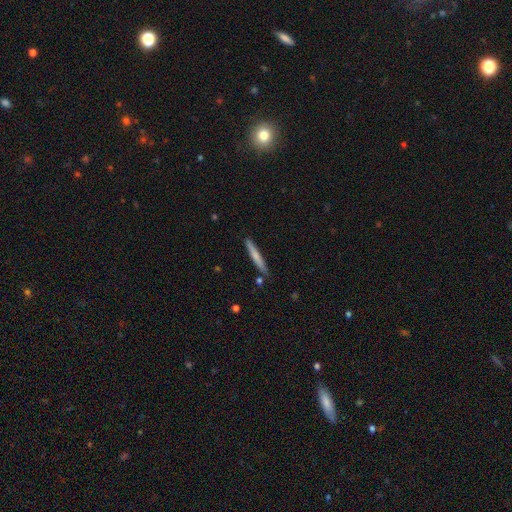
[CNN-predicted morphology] smooth_or_featured: smooth (p=0.68) [alt: featured or disk p=0.27]
how_rounded: cigar-shaped (p=0.95) [alt: in between p=0.03]
merging: none (p=0.85) [alt: minor disturbance p=0.11]